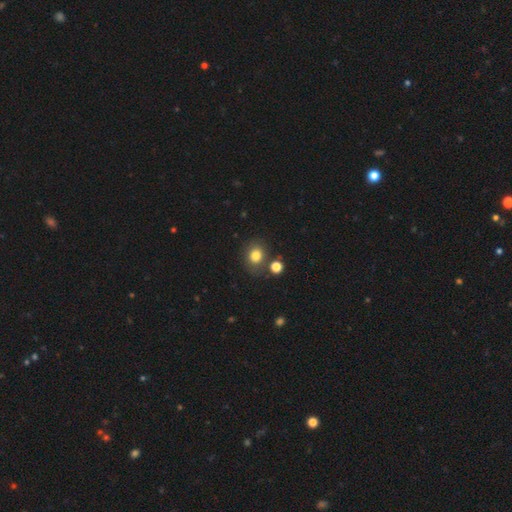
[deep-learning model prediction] Smooth or featured? Predicted: smooth (p=0.81). How rounded? Predicted: round (p=0.66). Merging? Predicted: none (p=0.74).